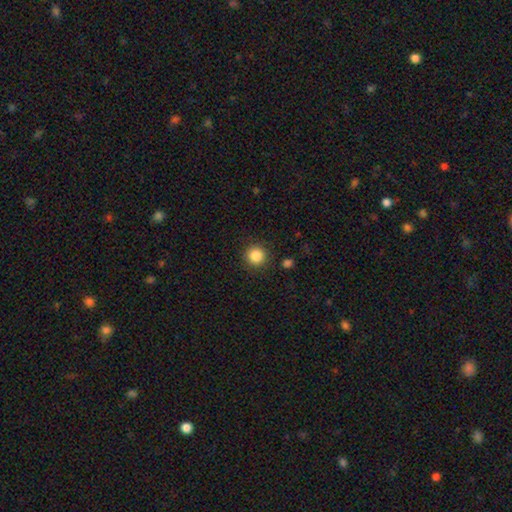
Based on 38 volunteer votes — Smooth or featured?
  - smooth: 92% *
  - star or artifact: 8%
  - featured or disk: 0%
How rounded?
  - round: 100% *
  - in between: 0%
  - cigar-shaped: 0%
Merging?
  - none: 91% *
  - major disturbance: 9%
  - minor disturbance: 0%
  - merger: 0%